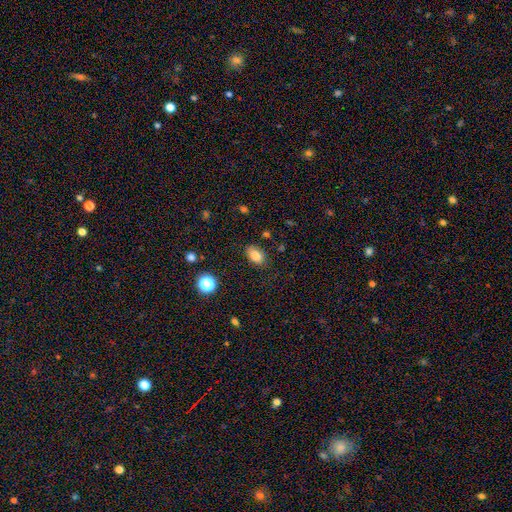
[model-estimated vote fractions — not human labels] This appears to be a smooth galaxy with no disk features (82%) that is in between round and cigar-shaped (84%). Merging: none (80%).